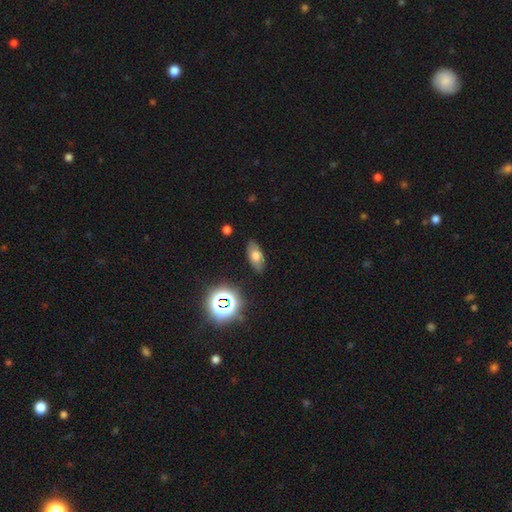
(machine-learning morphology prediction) smooth 66%, featured or disk 18%, star or artifact 16%. Down the decision tree: how rounded — in between (88%); merging — none (84%).